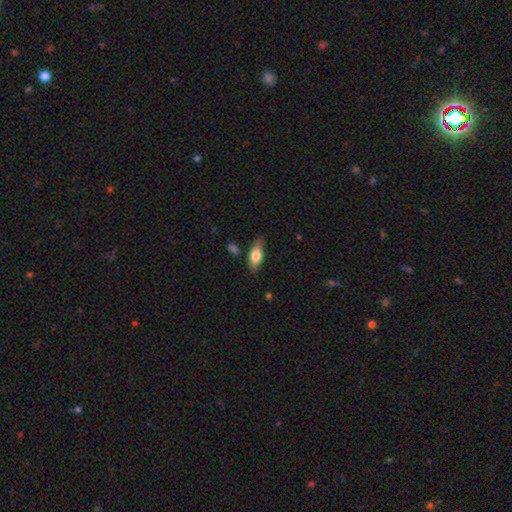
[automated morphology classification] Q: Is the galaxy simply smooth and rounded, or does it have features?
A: smooth — 68%.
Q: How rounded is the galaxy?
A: in between — 78%.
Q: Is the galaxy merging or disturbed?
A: none — 70%.